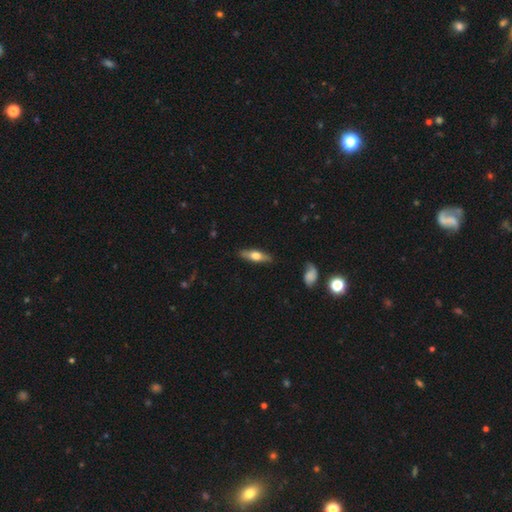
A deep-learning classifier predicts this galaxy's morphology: Q: Smooth or featured?
A: smooth (52%); runner-up: featured or disk (43%)
Q: How rounded?
A: cigar-shaped (53%); runner-up: in between (44%)
Q: Merging?
A: none (86%); runner-up: minor disturbance (11%)